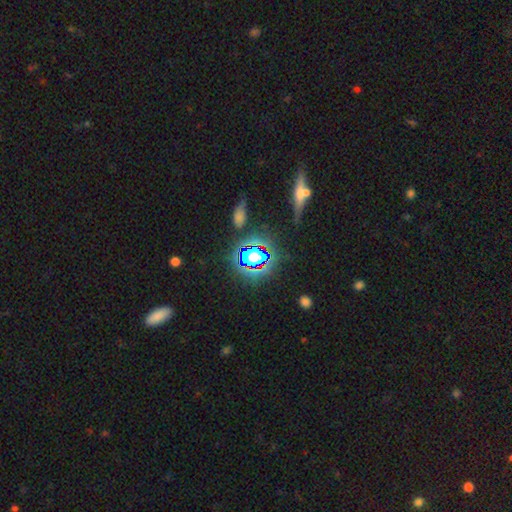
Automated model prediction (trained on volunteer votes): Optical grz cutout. It shows a star or artifact, not a galaxy (66%).